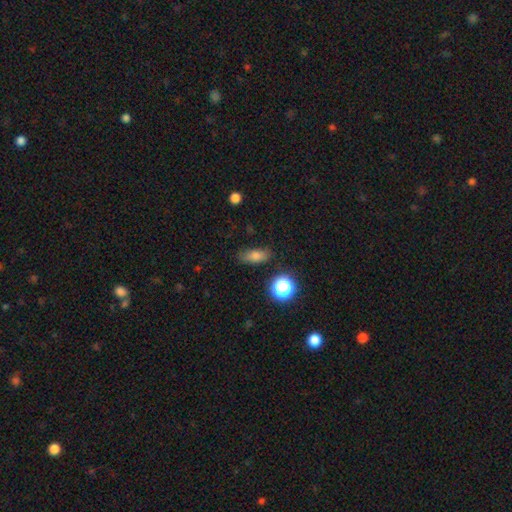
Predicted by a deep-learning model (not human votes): A smooth galaxy with no disk features (76%) that is in between round and cigar-shaped (71%). Merging: none (80%).